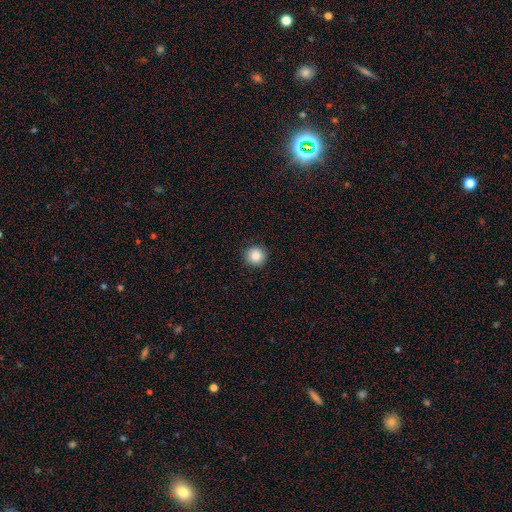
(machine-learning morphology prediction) A smooth galaxy with no disk features (86%) that is round (94%). Merging: none (91%).